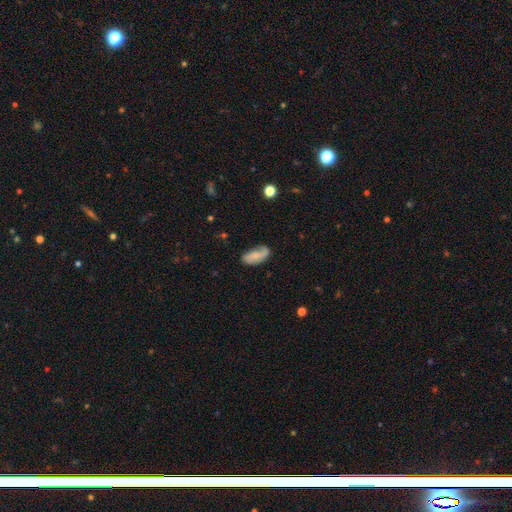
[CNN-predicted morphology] Smooth or featured? smooth (56%)
How rounded? in between (89%)
Merging? none (55%)